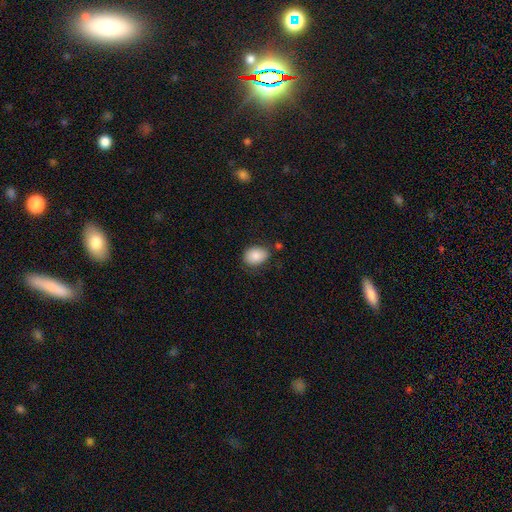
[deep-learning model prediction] smooth_or_featured: smooth (p=0.86) [alt: star or artifact p=0.07]
how_rounded: in between (p=0.71) [alt: round p=0.28]
merging: none (p=0.73) [alt: minor disturbance p=0.19]